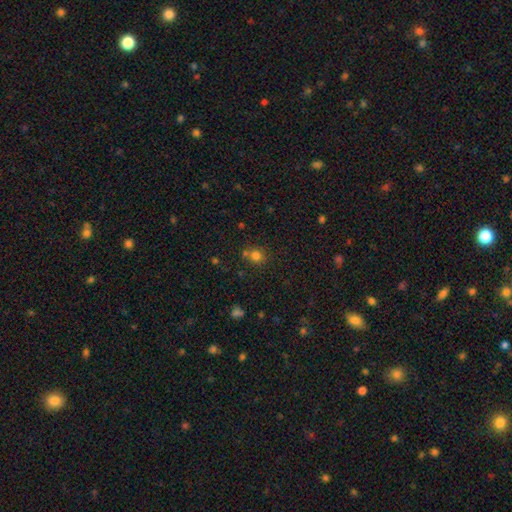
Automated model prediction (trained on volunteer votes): Overall: smooth (76%). How rounded: round (86%). Merging: none (63%; merger 24%).